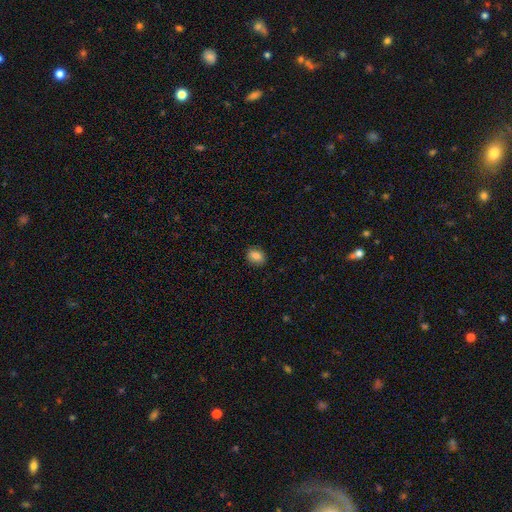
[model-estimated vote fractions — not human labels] Smooth or featured? Predicted: smooth (p=0.85). How rounded? Predicted: in between (p=0.50). Merging? Predicted: none (p=0.89).